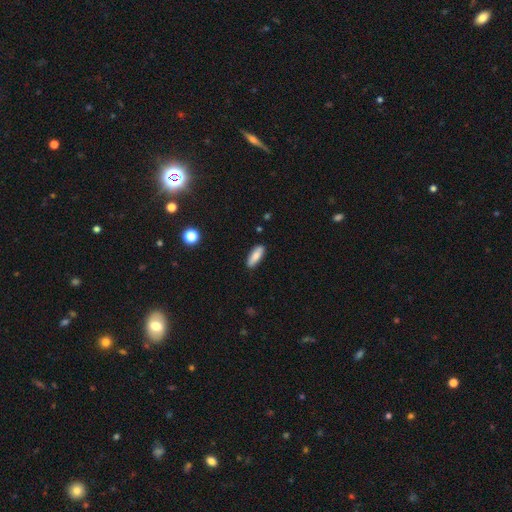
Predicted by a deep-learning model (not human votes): Q: Smooth or featured?
A: smooth (82%); runner-up: featured or disk (12%)
Q: How rounded?
A: in between (57%); runner-up: cigar-shaped (40%)
Q: Merging?
A: none (87%); runner-up: minor disturbance (10%)